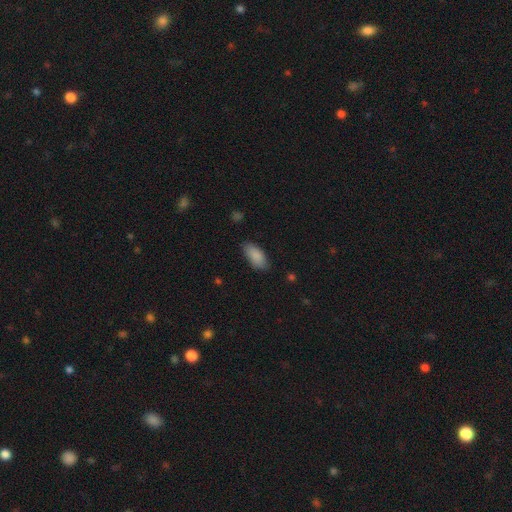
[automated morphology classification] This is clearly a smooth galaxy (88%). How rounded: clearly in between (91%). Merging: likely none (80%).